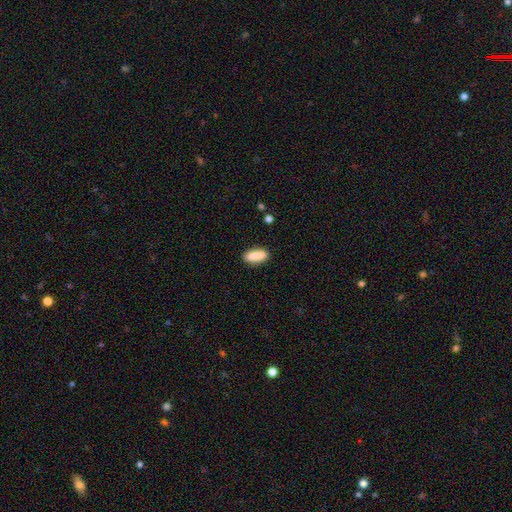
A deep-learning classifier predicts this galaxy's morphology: Smooth or featured?
  - smooth: 87% *
  - star or artifact: 7%
  - featured or disk: 6%
How rounded?
  - in between: 68% *
  - cigar-shaped: 30%
  - round: 3%
Merging?
  - none: 86% *
  - minor disturbance: 10%
  - major disturbance: 2%
  - merger: 2%